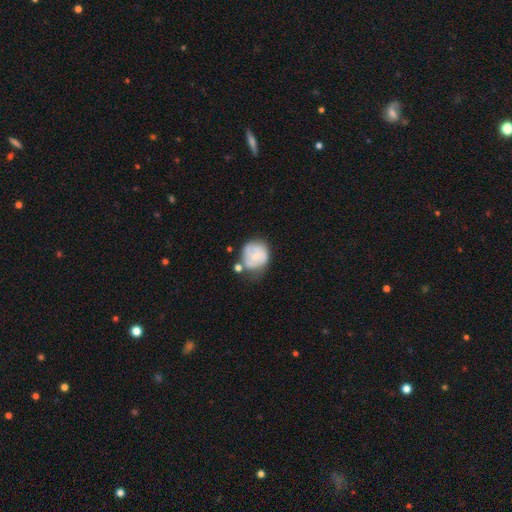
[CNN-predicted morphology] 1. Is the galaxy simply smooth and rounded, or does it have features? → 50% featured or disk, 43% smooth, 7% star or artifact.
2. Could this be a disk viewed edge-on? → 98% no, 2% yes.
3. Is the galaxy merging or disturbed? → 39% none, 29% minor disturbance, 16% merger, 16% major disturbance.